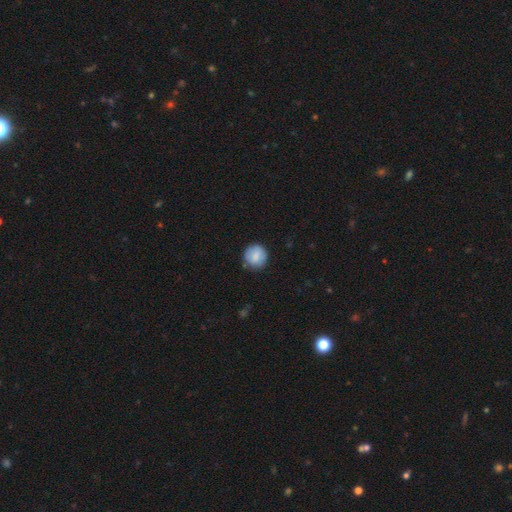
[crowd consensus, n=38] Morphology: type=smooth (76%); roundness=round (93%); merging=none (81%).